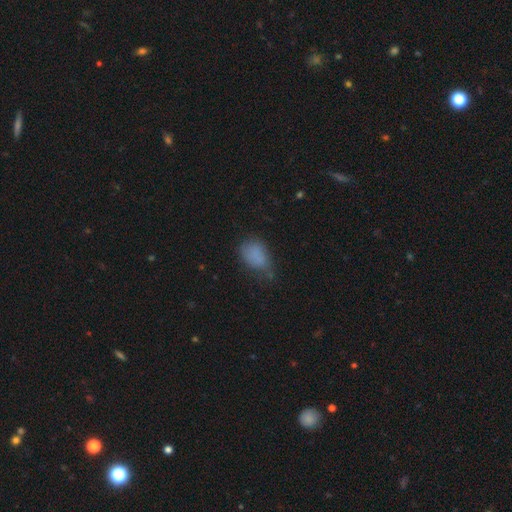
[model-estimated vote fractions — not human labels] smooth 79%, star or artifact 11%, featured or disk 10%. Down the decision tree: how rounded — in between (82%); merging — none (40%).